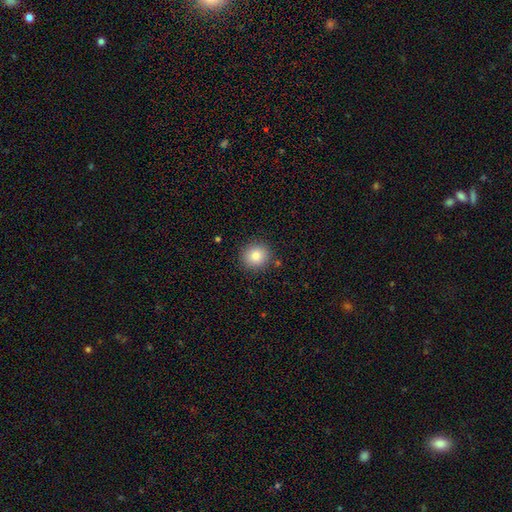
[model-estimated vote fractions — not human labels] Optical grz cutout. It shows a smooth galaxy with no disk features (84%) that is round (87%). Merging: none (88%).